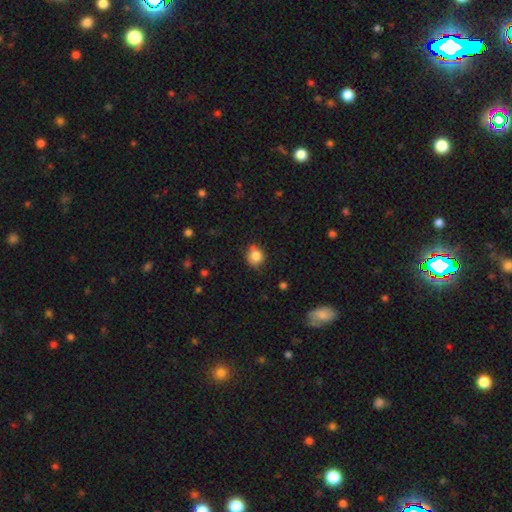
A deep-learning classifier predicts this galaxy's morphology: Q: Smooth or featured?
A: smooth (83%); runner-up: star or artifact (10%)
Q: How rounded?
A: round (76%); runner-up: in between (23%)
Q: Merging?
A: none (72%); runner-up: minor disturbance (21%)